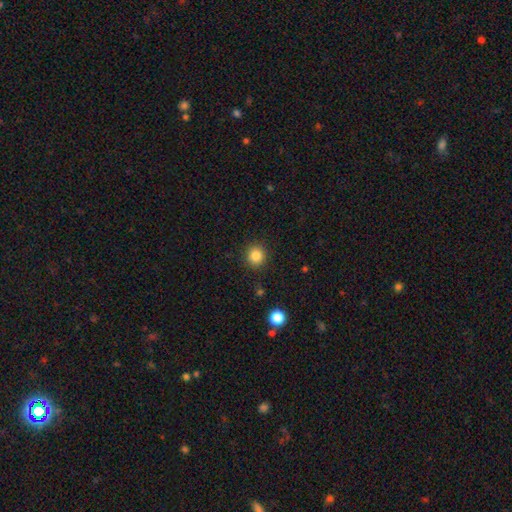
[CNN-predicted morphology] type=smooth (85%); roundness=round (91%); merging=none (90%).